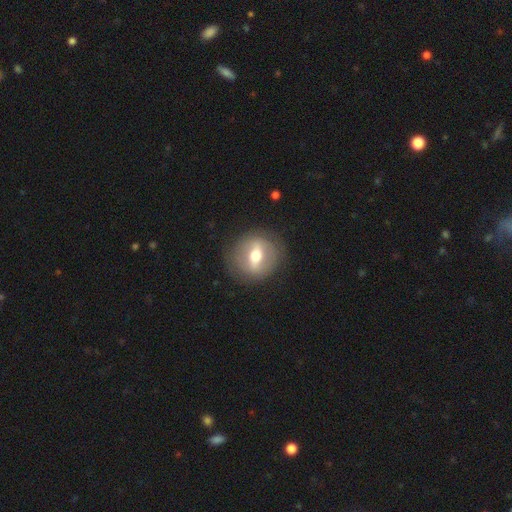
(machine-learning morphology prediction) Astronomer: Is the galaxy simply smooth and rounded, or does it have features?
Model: featured or disk — 55% (runner-up: smooth, 38%).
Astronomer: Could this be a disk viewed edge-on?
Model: no — 81%.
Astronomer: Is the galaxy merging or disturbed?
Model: none — 84%.